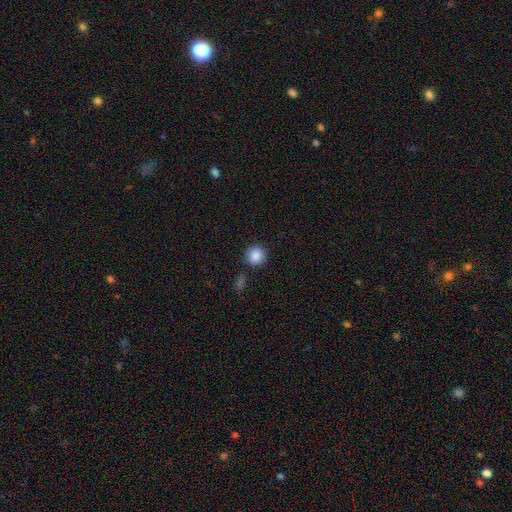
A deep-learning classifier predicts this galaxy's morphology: type=smooth (88%); roundness=round (91%); merging=none (85%).